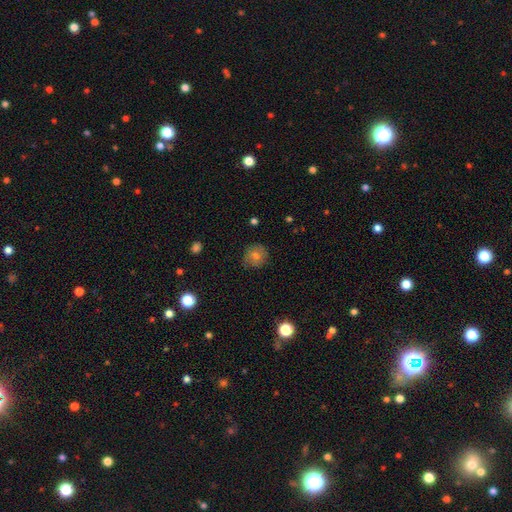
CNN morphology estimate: The model was most divided on "smooth or featured": smooth: 68%, featured or disk: 20%, star or artifact: 12%. More confident: how rounded — round (89%); merging — none (80%).